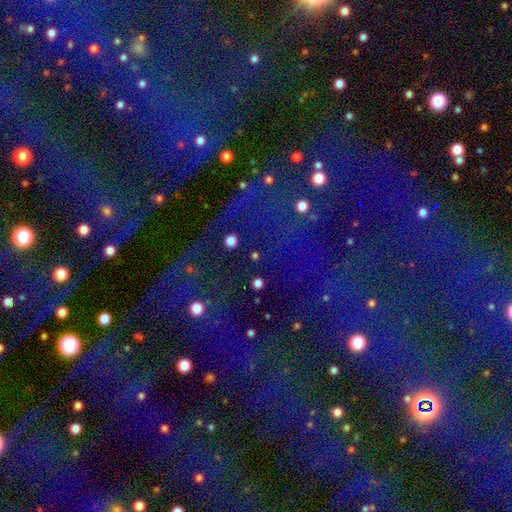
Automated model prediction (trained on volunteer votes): Smooth or featured: star or artifact — 75% (smooth — 17%)